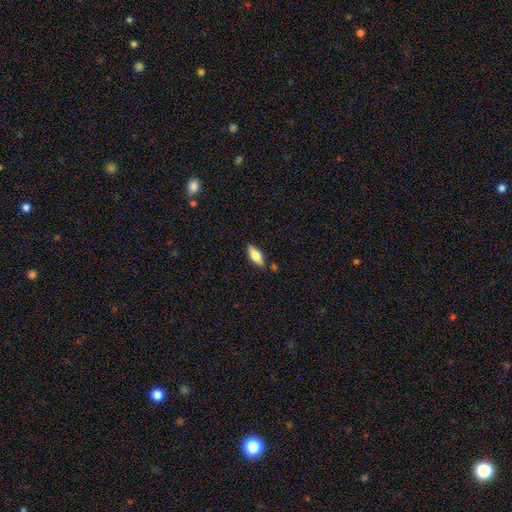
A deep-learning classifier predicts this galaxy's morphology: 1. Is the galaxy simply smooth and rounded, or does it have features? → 69% smooth, 25% featured or disk, 7% star or artifact.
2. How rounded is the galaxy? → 77% in between, 20% cigar-shaped, 3% round.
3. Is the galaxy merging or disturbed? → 83% none, 11% minor disturbance, 3% merger, 2% major disturbance.